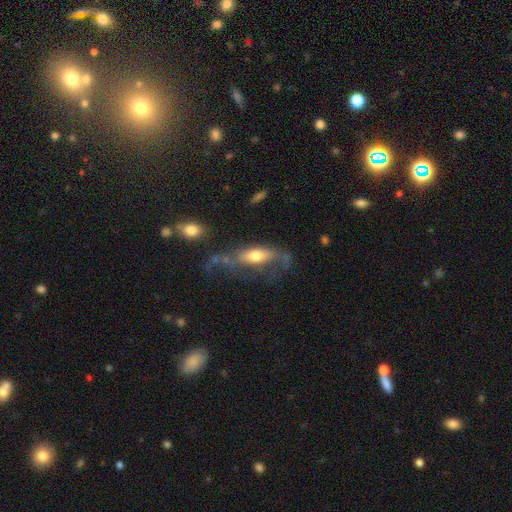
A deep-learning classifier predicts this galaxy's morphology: A smooth galaxy with no disk features (50%) that is in between round and cigar-shaped (59%).

Vote fractions:
- Smooth or featured? smooth: 50% / featured or disk: 42% / star or artifact: 7%
- How rounded? in between: 59% / cigar-shaped: 37% / round: 4%
- Merging? major disturbance: 36% / none: 34% / minor disturbance: 23% / merger: 7%